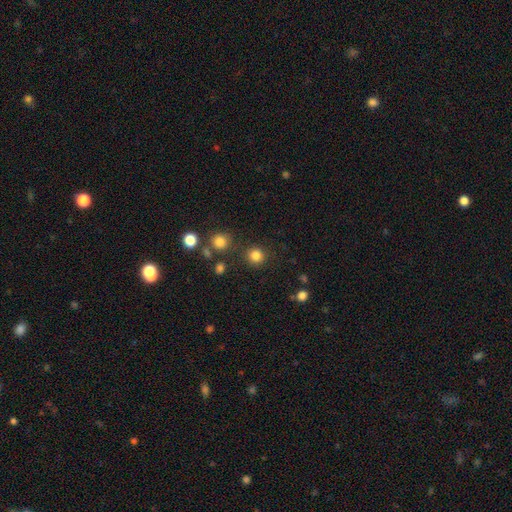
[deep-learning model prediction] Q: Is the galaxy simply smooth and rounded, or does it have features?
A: smooth — 83%.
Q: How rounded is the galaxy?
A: round — 93%.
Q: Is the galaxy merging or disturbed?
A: none — 86%.